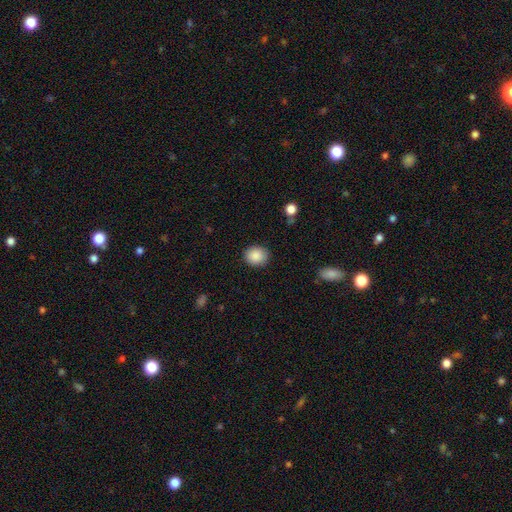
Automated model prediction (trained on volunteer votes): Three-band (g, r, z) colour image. It shows a smooth galaxy with no disk features (88%) that is round (75%). Merging: none (88%).